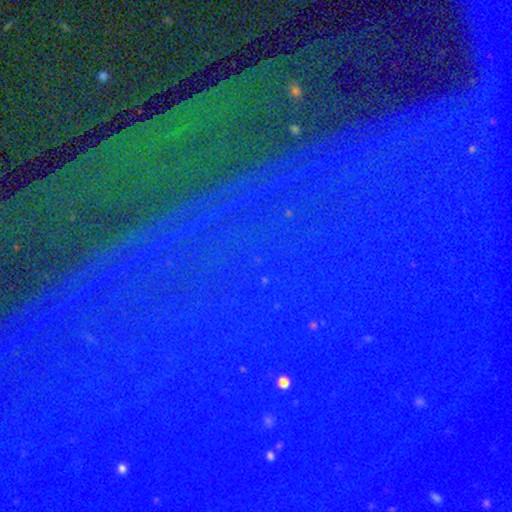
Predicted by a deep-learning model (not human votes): Q: Smooth or featured?
A: star or artifact (87%); runner-up: featured or disk (7%)